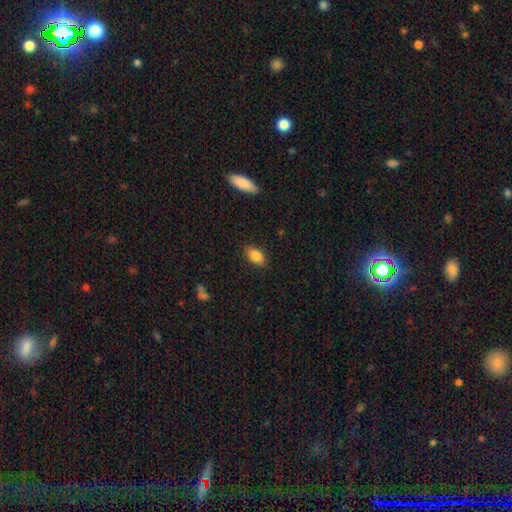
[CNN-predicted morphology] This is clearly a smooth galaxy (87%). How rounded: clearly in between (90%). Merging: clearly none (86%).